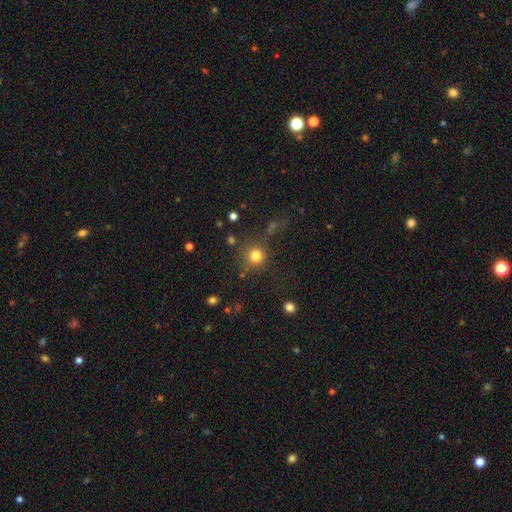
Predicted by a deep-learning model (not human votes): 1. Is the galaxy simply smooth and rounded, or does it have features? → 80% smooth, 13% star or artifact, 6% featured or disk.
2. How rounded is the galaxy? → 93% round, 6% in between, 1% cigar-shaped.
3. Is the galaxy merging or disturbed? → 77% none, 11% minor disturbance, 6% merger, 6% major disturbance.